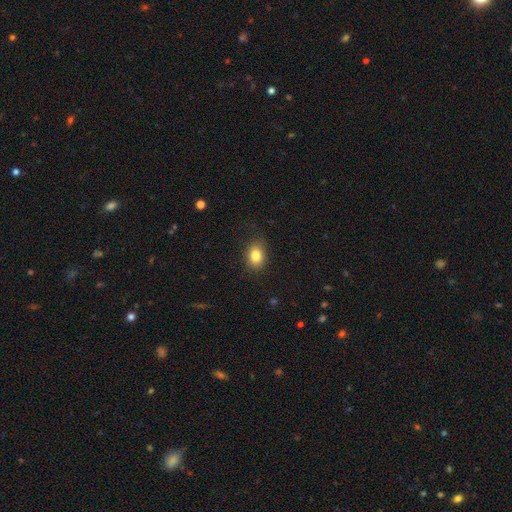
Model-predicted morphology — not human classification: smooth_or_featured: smooth (p=0.83) [alt: star or artifact p=0.10]
how_rounded: in between (p=0.69) [alt: round p=0.30]
merging: none (p=0.84) [alt: minor disturbance p=0.12]